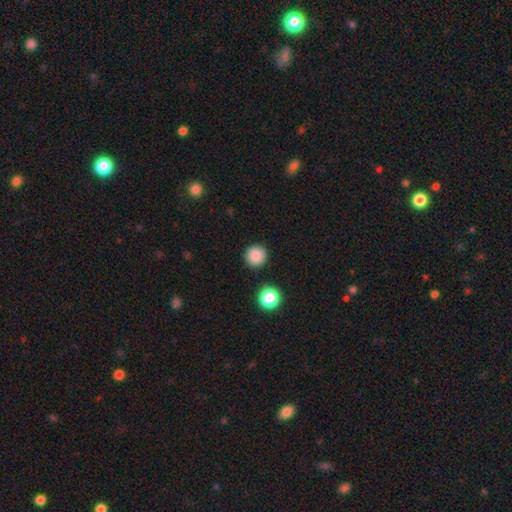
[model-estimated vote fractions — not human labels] Smooth or featured: smooth — 86% (star or artifact — 10%)
How rounded: round — 94% (in between — 5%)
Merging: none — 90% (minor disturbance — 6%)